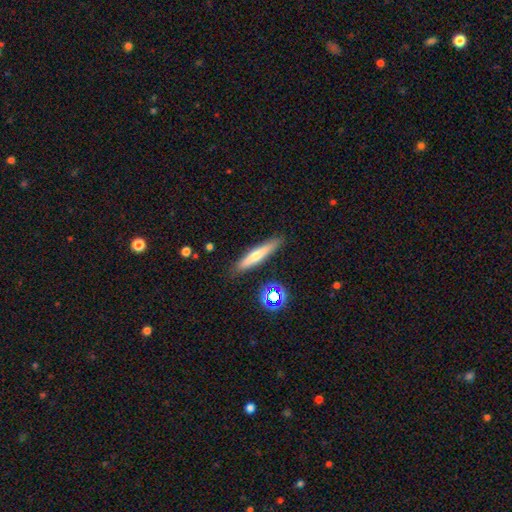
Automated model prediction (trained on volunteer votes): A smooth galaxy with no disk features (58%) that is cigar-shaped (90%).

Vote fractions:
- Smooth or featured? smooth: 58% / featured or disk: 33% / star or artifact: 9%
- How rounded? cigar-shaped: 90% / in between: 8% / round: 2%
- Merging? none: 87% / minor disturbance: 9% / major disturbance: 2% / merger: 2%